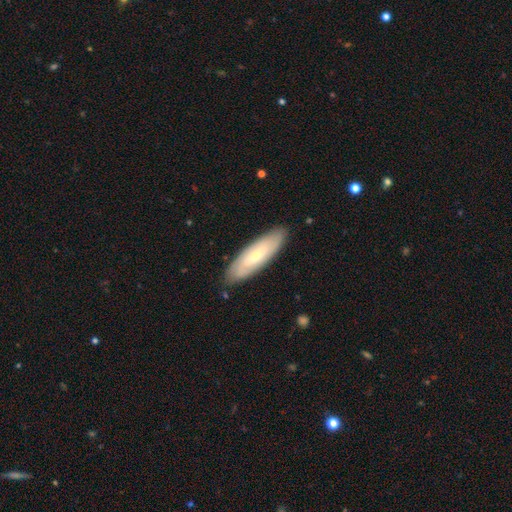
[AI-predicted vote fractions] smooth-or-featured: featured or disk: 47% (tied) | smooth: 47% (tied) | star or artifact: 6%
  merging: none: 86% | minor disturbance: 11% | major disturbance: 2% | merger: 1%